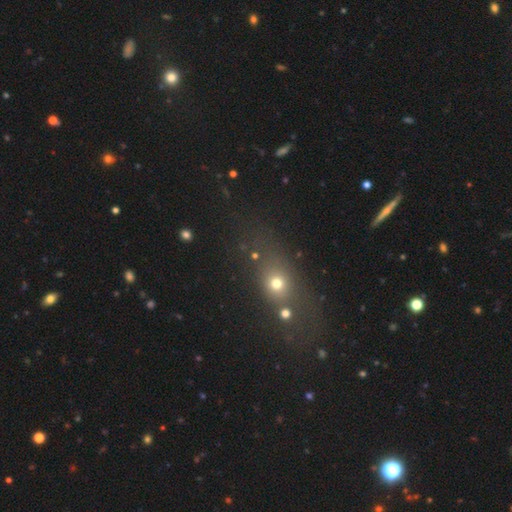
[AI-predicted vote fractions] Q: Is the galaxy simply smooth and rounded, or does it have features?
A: smooth — 56%.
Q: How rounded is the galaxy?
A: in between — 45%.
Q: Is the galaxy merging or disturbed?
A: none — 60%.